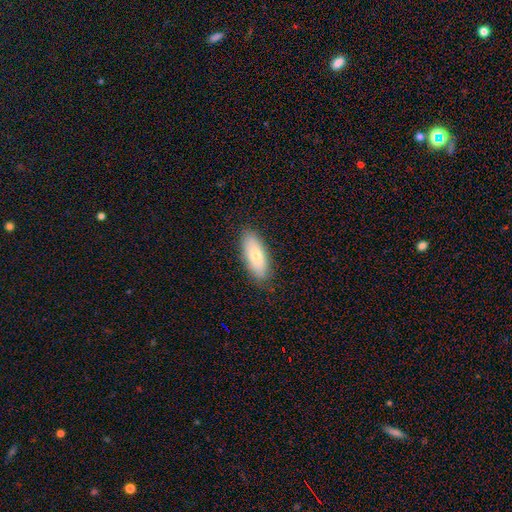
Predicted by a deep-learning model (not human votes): smooth_or_featured: smooth (p=0.73) [alt: featured or disk p=0.20]
how_rounded: in between (p=0.79) [alt: cigar-shaped p=0.18]
merging: none (p=0.85) [alt: minor disturbance p=0.12]